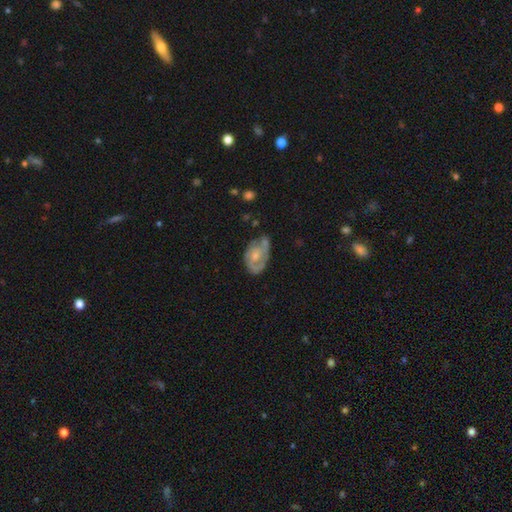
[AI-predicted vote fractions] This appears to be a featured or disk galaxy (60%) with no bar (74%), spiral arms (62%) and a moderate central bulge (50%). Merging: none (41%).